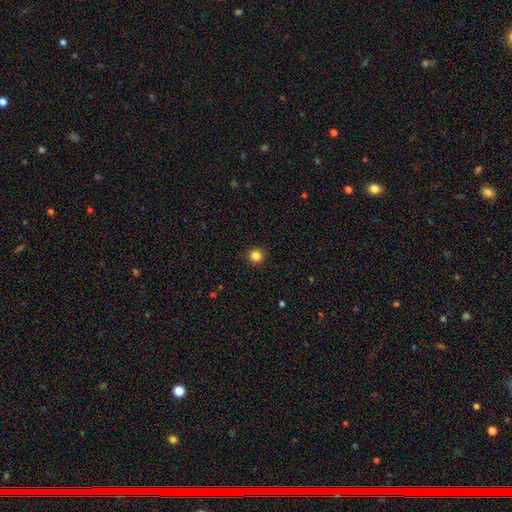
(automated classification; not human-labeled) smooth-or-featured: smooth: 84% | star or artifact: 12% | featured or disk: 4%
  how-rounded: round: 95% | in between: 4% | cigar-shaped: 1%
  merging: none: 91% | minor disturbance: 6% | major disturbance: 2% | merger: 1%